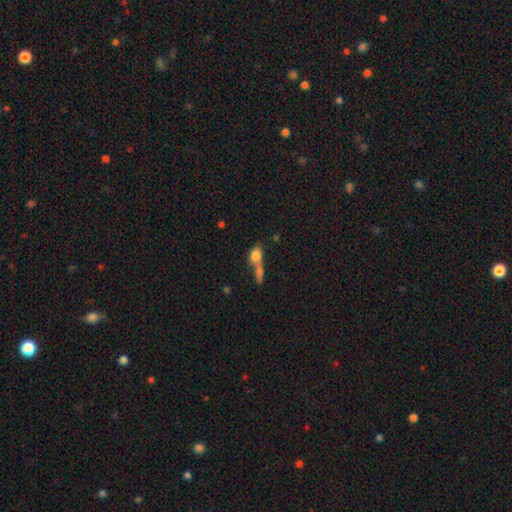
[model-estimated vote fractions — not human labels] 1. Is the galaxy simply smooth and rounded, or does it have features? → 74% smooth, 16% featured or disk, 10% star or artifact.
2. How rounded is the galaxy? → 68% in between, 20% round, 12% cigar-shaped.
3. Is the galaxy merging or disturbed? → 62% merger, 23% none, 8% minor disturbance, 7% major disturbance.